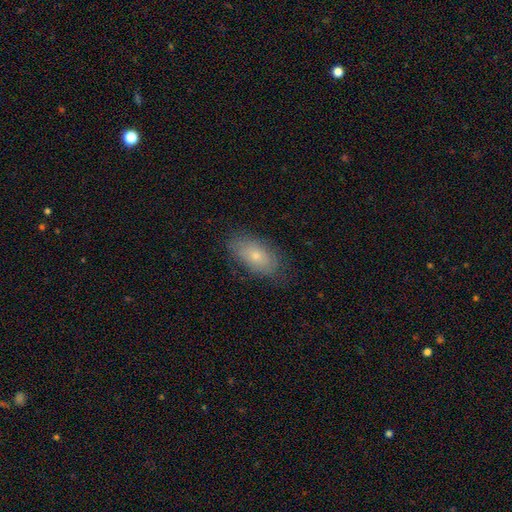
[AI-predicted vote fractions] Overall: smooth (71%). How rounded: in between (91%). Merging: none (76%).